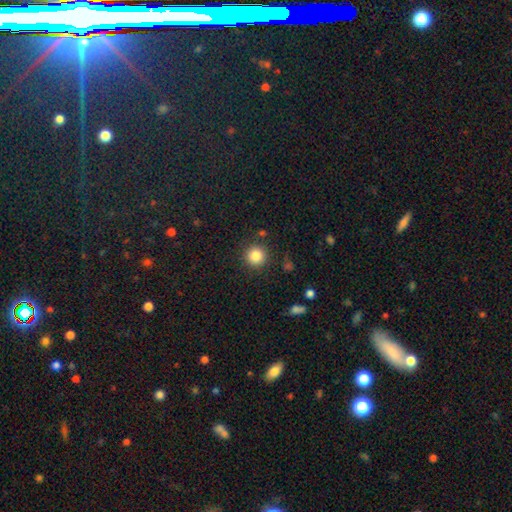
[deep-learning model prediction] Smooth or featured? smooth (84%)
How rounded? round (95%)
Merging? none (88%)